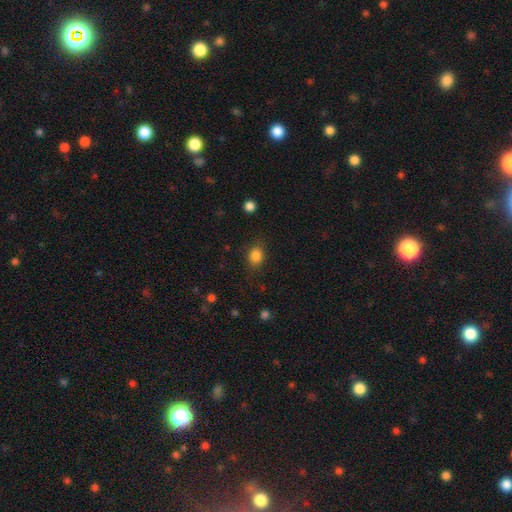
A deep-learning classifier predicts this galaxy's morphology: Smooth or featured? Predicted: smooth (p=0.85). How rounded? Predicted: round (p=0.52). Merging? Predicted: none (p=0.81).